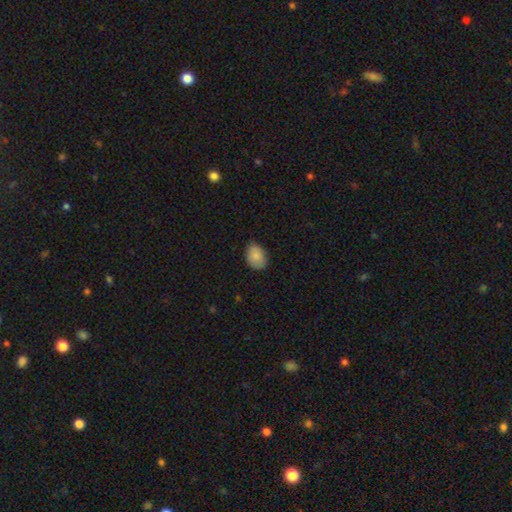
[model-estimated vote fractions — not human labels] This appears to be a smooth galaxy with no disk features (86%) that is in between round and cigar-shaped (79%). Merging: none (75%).